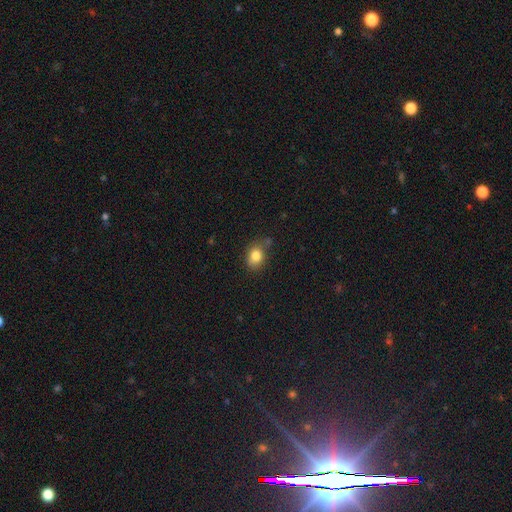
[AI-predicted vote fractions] Smooth or featured? Predicted: smooth (p=0.83). How rounded? Predicted: in between (p=0.57). Merging? Predicted: none (p=0.67).